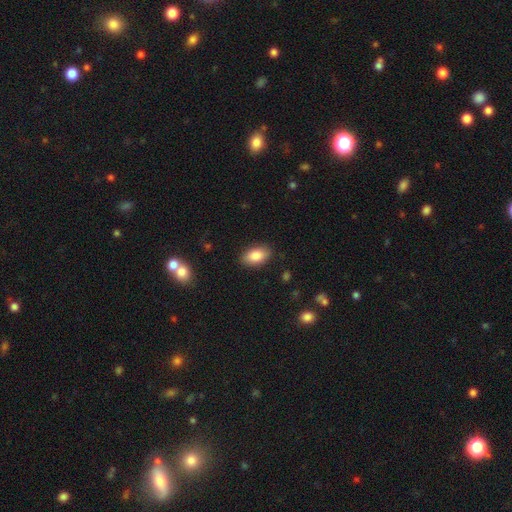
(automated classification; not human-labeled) smooth 86%, featured or disk 7%, star or artifact 7%. Down the decision tree: how rounded — in between (92%); merging — none (87%).